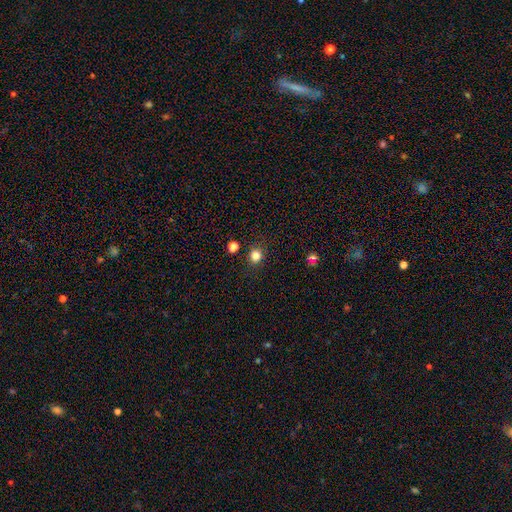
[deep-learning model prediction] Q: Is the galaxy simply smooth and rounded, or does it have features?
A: smooth — 82%.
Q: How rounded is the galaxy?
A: round — 80%.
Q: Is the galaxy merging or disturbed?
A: none — 86%.